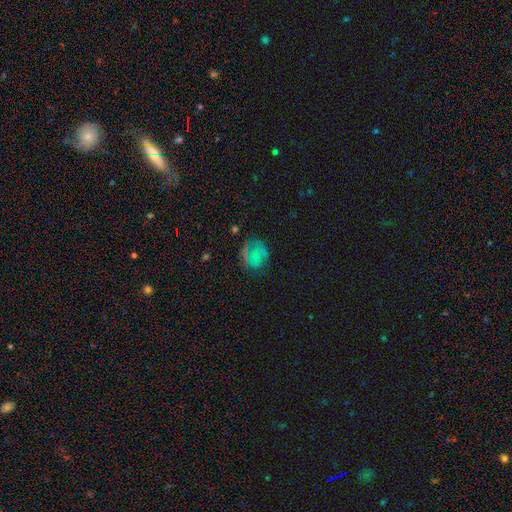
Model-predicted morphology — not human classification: Q: Smooth or featured?
A: smooth (43%); runner-up: featured or disk (42%)
Q: Merging?
A: none (59%); runner-up: minor disturbance (23%)